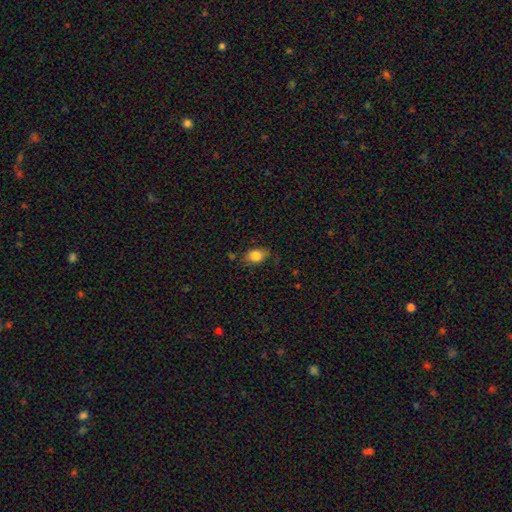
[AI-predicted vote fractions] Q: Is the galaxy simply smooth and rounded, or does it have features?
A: smooth — 82%.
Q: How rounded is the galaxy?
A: in between — 77%.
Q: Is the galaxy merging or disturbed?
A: none — 72%.